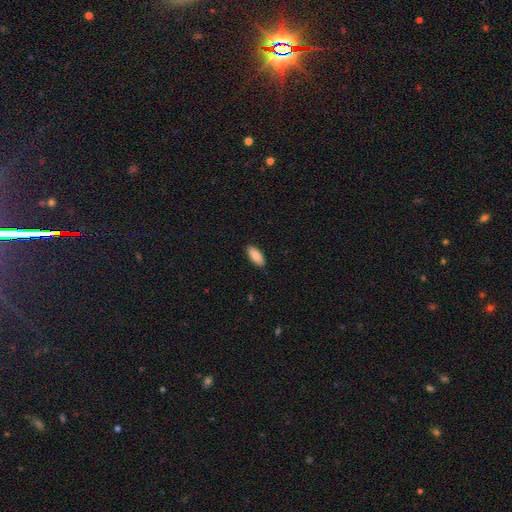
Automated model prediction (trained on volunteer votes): Smooth or featured?
  - smooth: 88% *
  - featured or disk: 6%
  - star or artifact: 6%
How rounded?
  - in between: 83% *
  - cigar-shaped: 15%
  - round: 2%
Merging?
  - none: 88% *
  - minor disturbance: 9%
  - major disturbance: 2%
  - merger: 1%